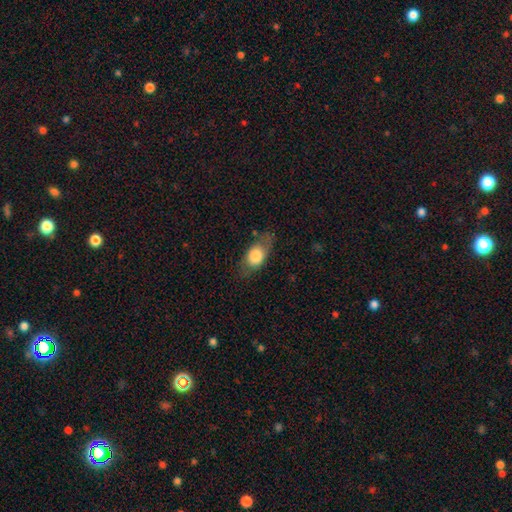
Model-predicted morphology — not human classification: Q: Smooth or featured?
A: smooth (72%); runner-up: featured or disk (21%)
Q: How rounded?
A: in between (78%); runner-up: round (15%)
Q: Merging?
A: none (68%); runner-up: minor disturbance (21%)